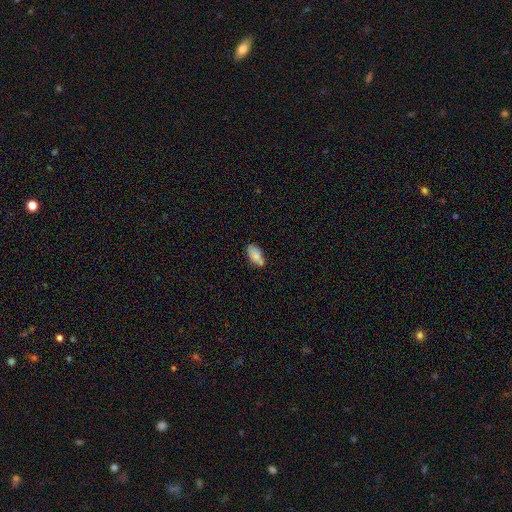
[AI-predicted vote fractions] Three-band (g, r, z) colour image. It shows a smooth galaxy with no disk features (79%) that is in between round and cigar-shaped (91%). Merging: none (58%).